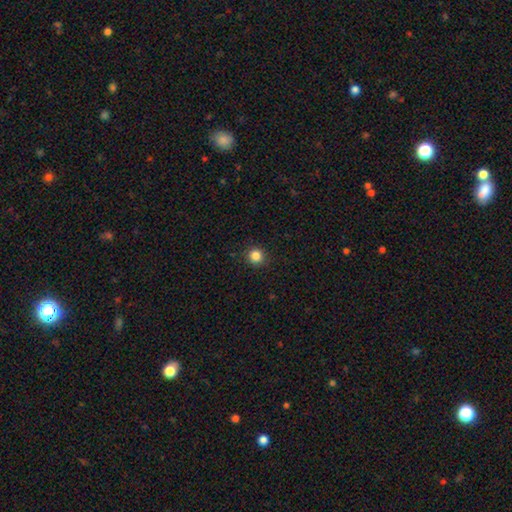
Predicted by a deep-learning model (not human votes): Morphology: type=smooth (84%); roundness=round (93%); merging=none (91%).